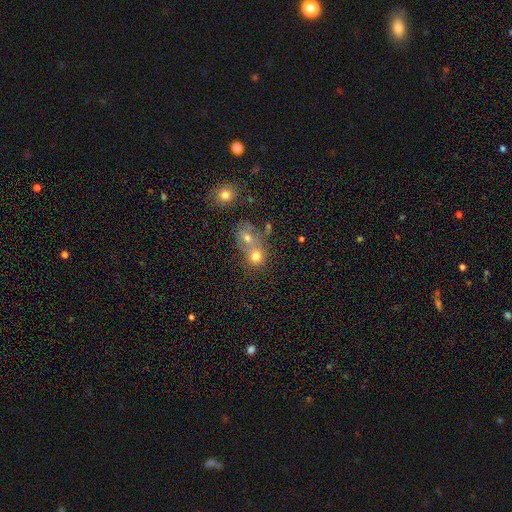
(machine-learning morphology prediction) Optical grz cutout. It shows a smooth galaxy with no disk features (71%) that is round (75%). Merging: merger (55%).